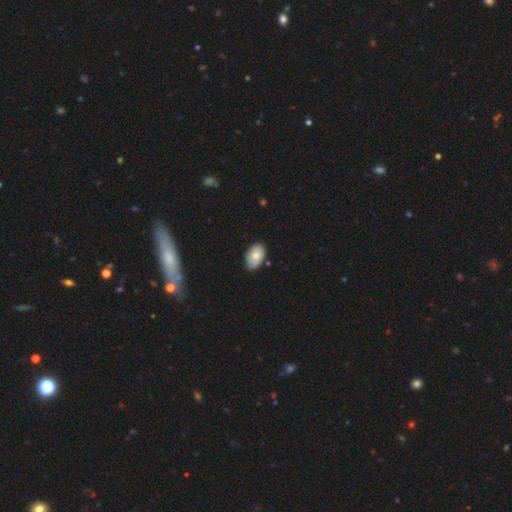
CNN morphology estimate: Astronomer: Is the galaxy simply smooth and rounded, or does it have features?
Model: smooth — 78%.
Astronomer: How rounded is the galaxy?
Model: in between — 91%.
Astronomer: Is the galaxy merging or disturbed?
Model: none — 74%.